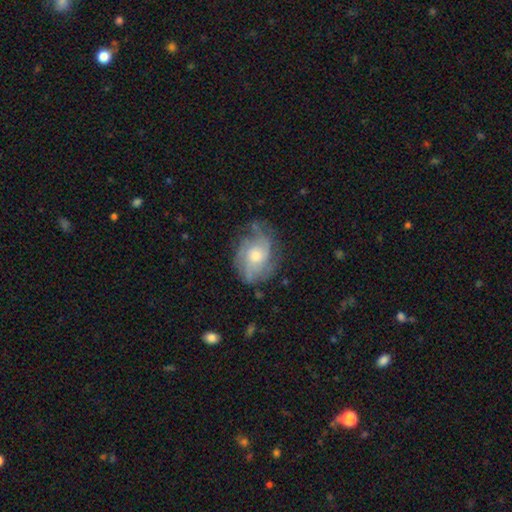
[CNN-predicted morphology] smooth-or-featured: featured or disk: 77% | smooth: 16% | star or artifact: 7%
  disk-edge-on: no: 97% | yes: 3%
    bar: no: 77% | weak: 20% | strong: 3%
    has-spiral-arms: yes: 90% | no: 10%
      spiral-winding: tight: 48% | medium: 38% | loose: 14%
      spiral-arm-count: can't tell: 35% | 3: 23% | 2: 21% | 4: 11% | 1: 5% | more than 4: 5%
    bulge-size: moderate: 59% | small: 33% | large: 6% | none: 2% | dominant: 1%
  merging: none: 67% | minor disturbance: 22% | major disturbance: 10% | merger: 1%